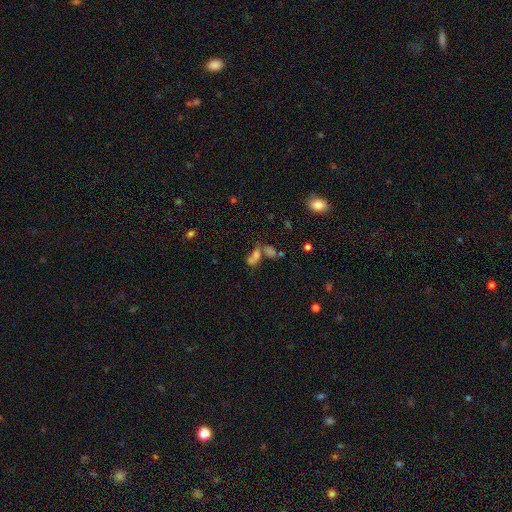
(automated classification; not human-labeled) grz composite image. It shows a smooth galaxy with no disk features (59%) that is in between round and cigar-shaped (70%). Merging: merger (58%).